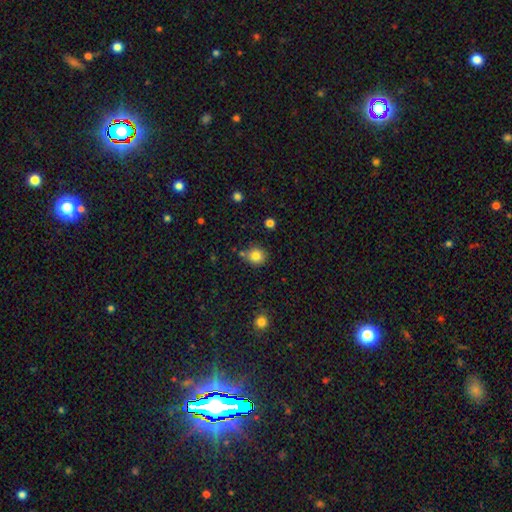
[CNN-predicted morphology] smooth 81%, star or artifact 12%, featured or disk 7%. Down the decision tree: how rounded — round (86%); merging — none (75%).